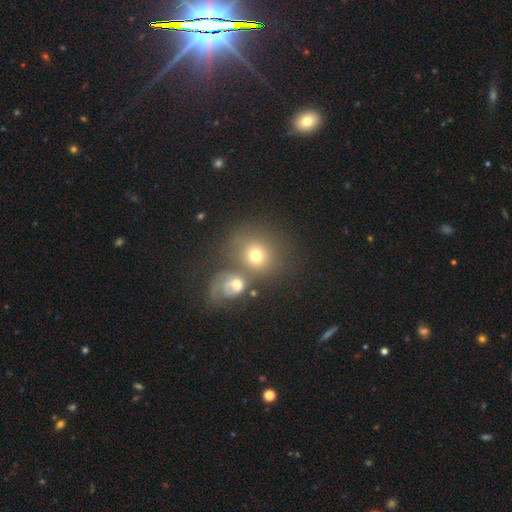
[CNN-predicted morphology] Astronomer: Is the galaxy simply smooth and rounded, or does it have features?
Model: smooth — 65%.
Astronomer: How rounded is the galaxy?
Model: round — 75%.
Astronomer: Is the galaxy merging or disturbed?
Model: merger — 45% (runner-up: none, 38%).